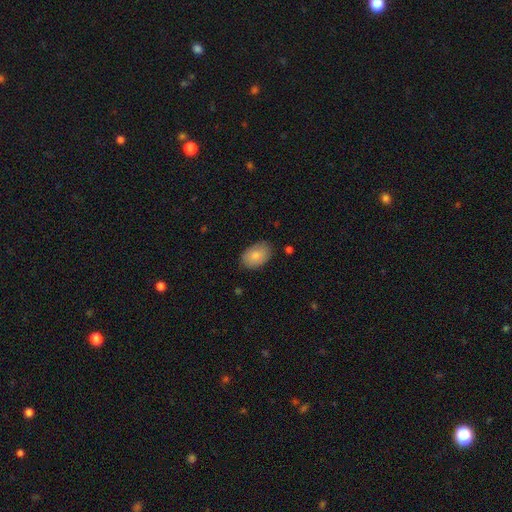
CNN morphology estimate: A smooth galaxy with no disk features (85%) that is in between round and cigar-shaped (89%). Merging: none (83%).